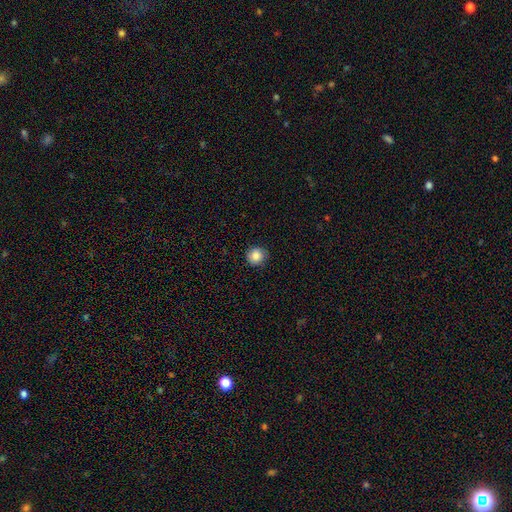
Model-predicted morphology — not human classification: Smooth or featured?
  - smooth: 85% *
  - star or artifact: 10%
  - featured or disk: 5%
How rounded?
  - round: 93% *
  - in between: 6%
  - cigar-shaped: 1%
Merging?
  - none: 88% *
  - minor disturbance: 9%
  - major disturbance: 2%
  - merger: 1%